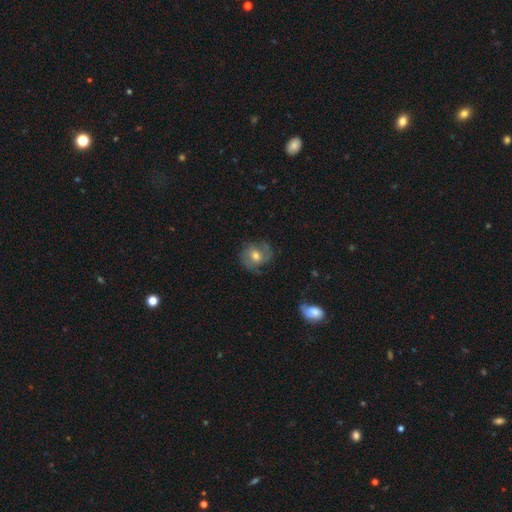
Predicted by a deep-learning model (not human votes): smooth_or_featured: featured or disk (p=0.60) [alt: smooth p=0.31]
disk_edge_on: no (p=0.97) [alt: yes p=0.03]
bar: no (p=0.61) [alt: weak p=0.32]
has_spiral_arms: yes (p=0.85) [alt: no p=0.15]
bulge_size: moderate (p=0.67) [alt: small p=0.25]
merging: none (p=0.67) [alt: minor disturbance p=0.21]